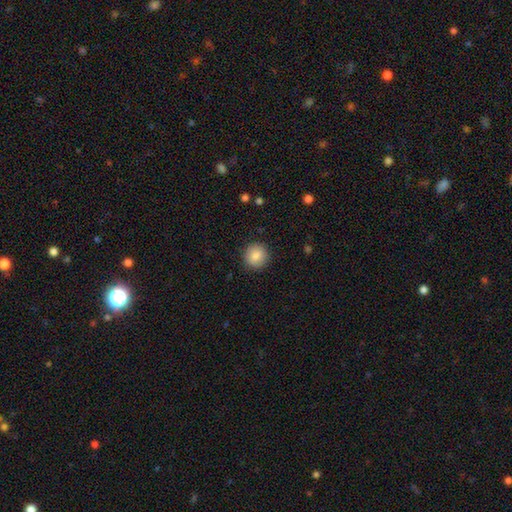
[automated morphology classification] smooth_or_featured: smooth (p=0.84) [alt: star or artifact p=0.08]
how_rounded: round (p=0.91) [alt: in between p=0.08]
merging: none (p=0.90) [alt: minor disturbance p=0.07]